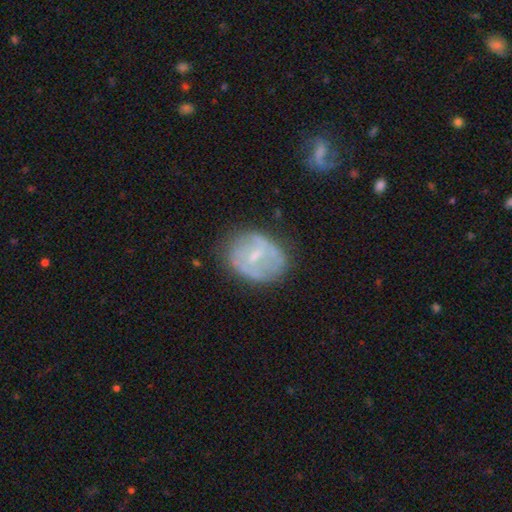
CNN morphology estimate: Q: Smooth or featured?
A: featured or disk (60%); runner-up: smooth (32%)
Q: Edge-on disk?
A: no (97%); runner-up: yes (3%)
Q: Bar?
A: weak (55%); runner-up: no (28%)
Q: Spiral arms?
A: yes (55%); runner-up: no (45%)
Q: Bulge size?
A: small (55%); runner-up: moderate (27%)
Q: Merging?
A: none (61%); runner-up: minor disturbance (25%)